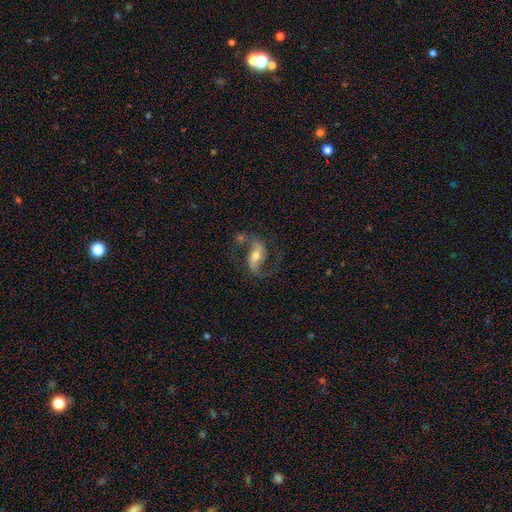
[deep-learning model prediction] Smooth or featured? featured or disk (83%)
Edge-on disk? no (96%)
Bar? weak (39%)
Spiral arms? yes (95%)
Spiral winding? loose (51%)
Spiral arm count? 2 (90%)
Bulge size? moderate (66%)
Merging? none (63%)